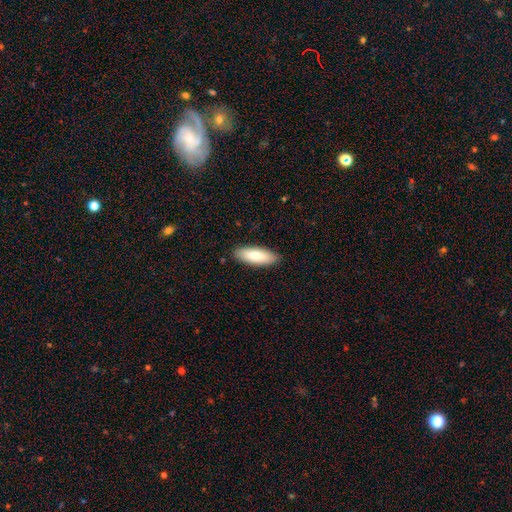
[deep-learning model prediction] smooth-or-featured: smooth: 80% | featured or disk: 15% | star or artifact: 5%
  how-rounded: in between: 67% | cigar-shaped: 31% | round: 2%
  merging: none: 88% | minor disturbance: 9% | major disturbance: 2% | merger: 1%